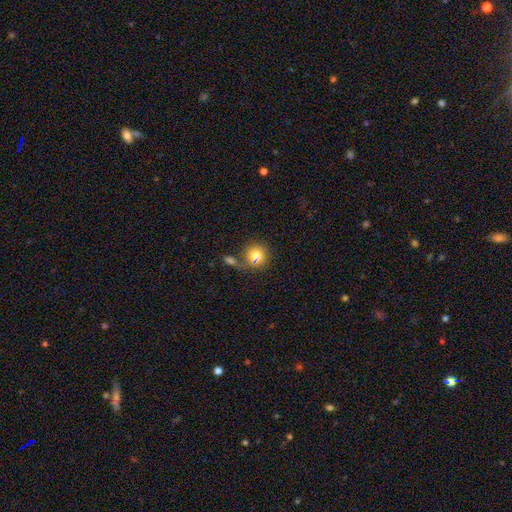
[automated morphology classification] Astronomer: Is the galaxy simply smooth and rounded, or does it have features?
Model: smooth — 80%.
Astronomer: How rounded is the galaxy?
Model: round — 88%.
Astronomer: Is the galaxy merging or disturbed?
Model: none — 59%.